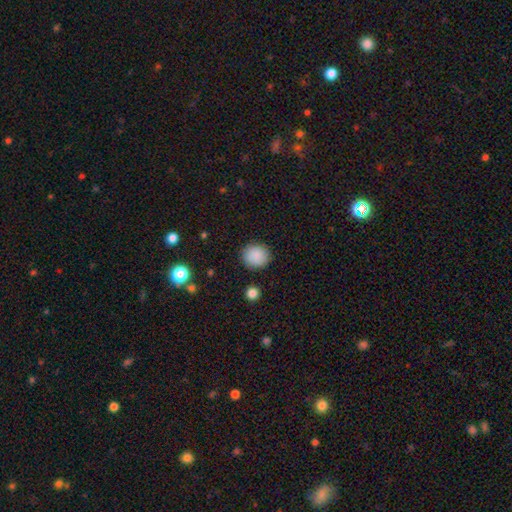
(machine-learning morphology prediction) smooth 88%, star or artifact 9%, featured or disk 3%. Down the decision tree: how rounded — round (84%); merging — none (89%).